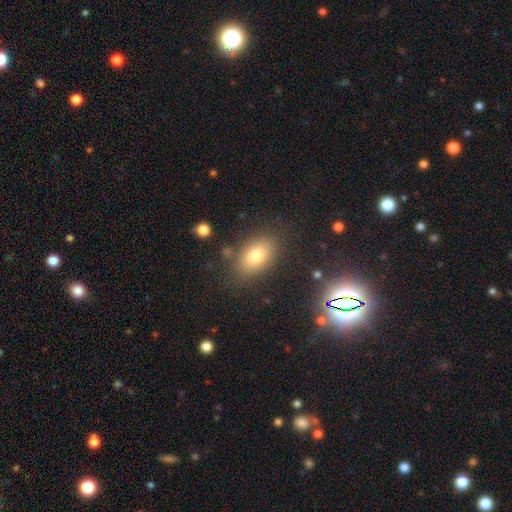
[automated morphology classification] smooth_or_featured: smooth (p=0.75) [alt: featured or disk p=0.13]
how_rounded: in between (p=0.85) [alt: round p=0.12]
merging: none (p=0.79) [alt: minor disturbance p=0.13]